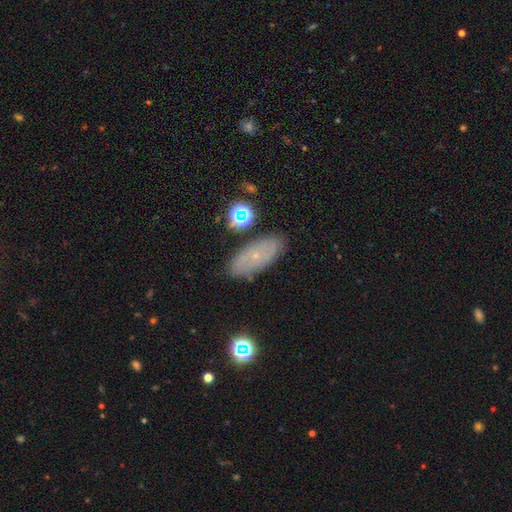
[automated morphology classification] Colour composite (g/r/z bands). It shows a smooth galaxy with no disk features (47%). Merging: none (80%).